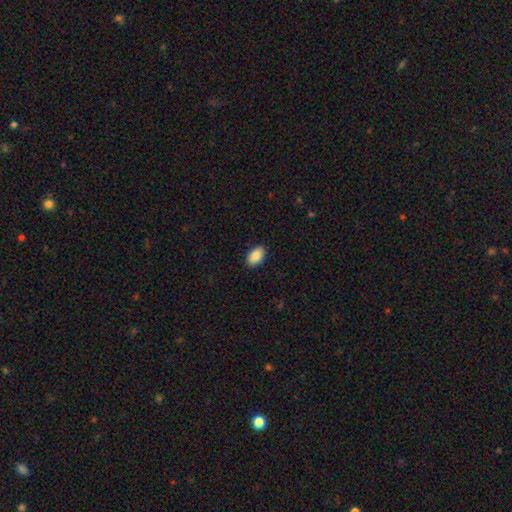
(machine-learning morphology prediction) Q: Smooth or featured?
A: smooth (89%); runner-up: star or artifact (7%)
Q: How rounded?
A: in between (93%); runner-up: round (6%)
Q: Merging?
A: none (89%); runner-up: minor disturbance (8%)